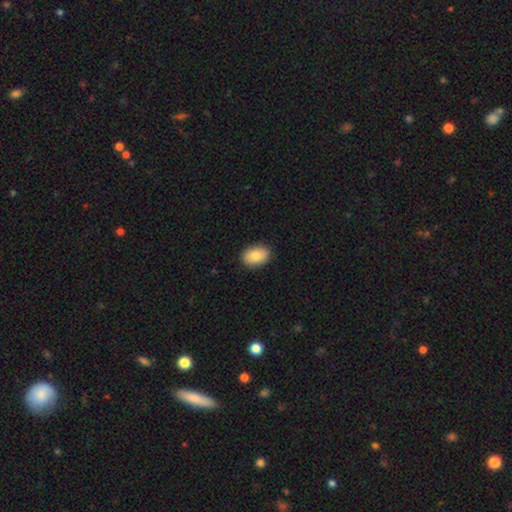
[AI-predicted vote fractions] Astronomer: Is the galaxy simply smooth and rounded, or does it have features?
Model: smooth — 81%.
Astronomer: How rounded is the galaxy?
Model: in between — 83%.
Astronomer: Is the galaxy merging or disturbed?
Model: none — 89%.